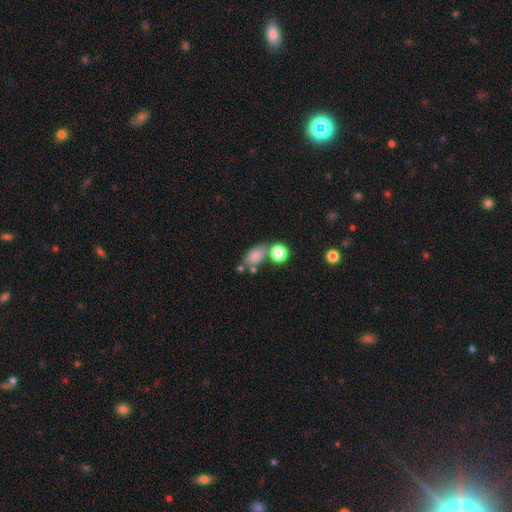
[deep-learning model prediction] Overall: smooth (81%). How rounded: in between (81%). Merging: none (54%; merger 25%).